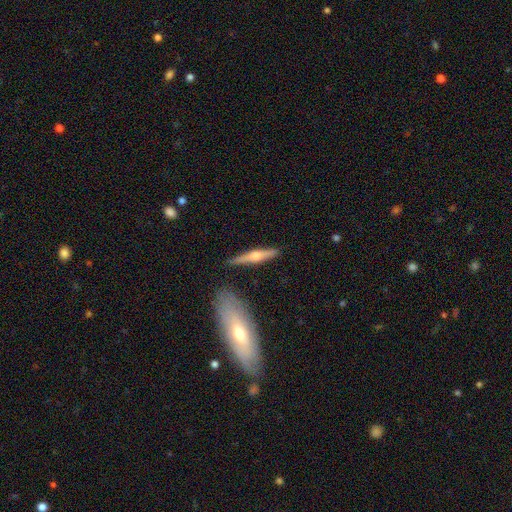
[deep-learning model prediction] Smooth or featured: featured or disk — 60% (smooth — 35%)
Edge-on disk: yes — 96% (no — 4%)
Edge-on bulge: rounded — 90% (none — 5%)
Merging: none — 85% (minor disturbance — 10%)